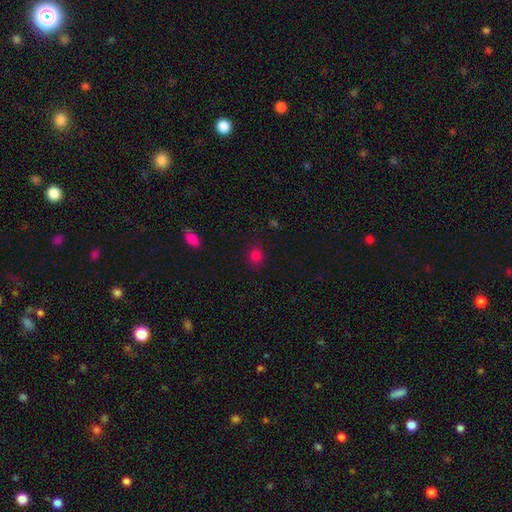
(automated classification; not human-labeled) A smooth galaxy with no disk features (80%) that is round (67%). Merging: none (81%).